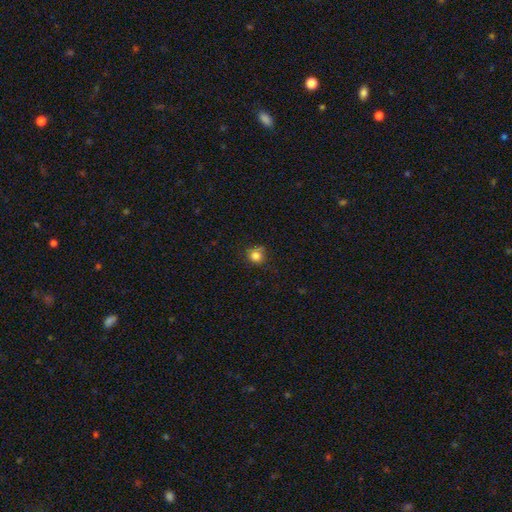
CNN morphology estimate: A smooth galaxy with no disk features (82%) that is round (90%). Merging: none (76%).